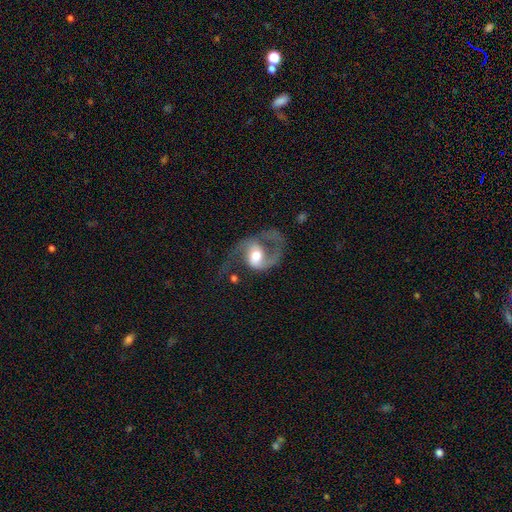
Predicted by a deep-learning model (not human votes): smooth_or_featured: featured or disk (p=0.81) [alt: smooth p=0.13]
disk_edge_on: no (p=0.97) [alt: yes p=0.03]
bar: no (p=0.43) [alt: weak p=0.39]
has_spiral_arms: yes (p=0.92) [alt: no p=0.08]
spiral_winding: loose (p=0.47) [alt: medium p=0.43]
spiral_arm_count: 2 (p=0.77) [alt: 1 p=0.17]
bulge_size: moderate (p=0.58) [alt: large p=0.28]
merging: none (p=0.44) [alt: major disturbance p=0.36]